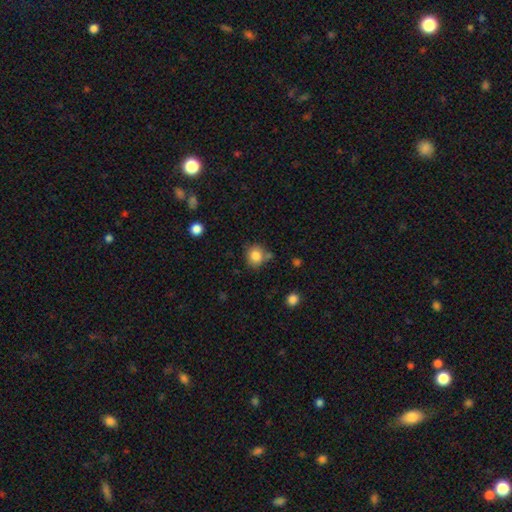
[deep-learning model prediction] Smooth or featured? smooth (83%)
How rounded? round (85%)
Merging? none (71%)